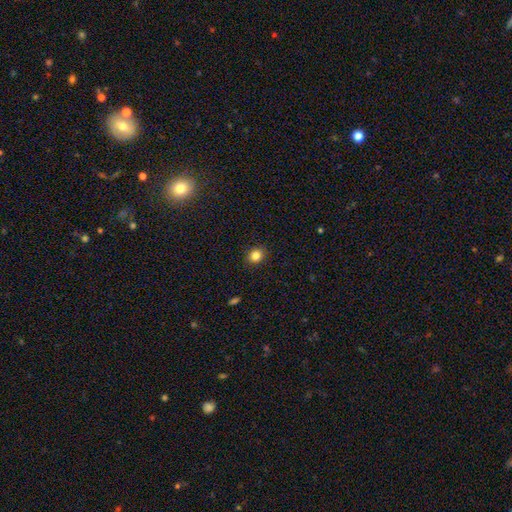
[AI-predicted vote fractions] Q: Smooth or featured?
A: smooth (84%); runner-up: star or artifact (11%)
Q: How rounded?
A: round (65%); runner-up: in between (34%)
Q: Merging?
A: none (90%); runner-up: minor disturbance (7%)